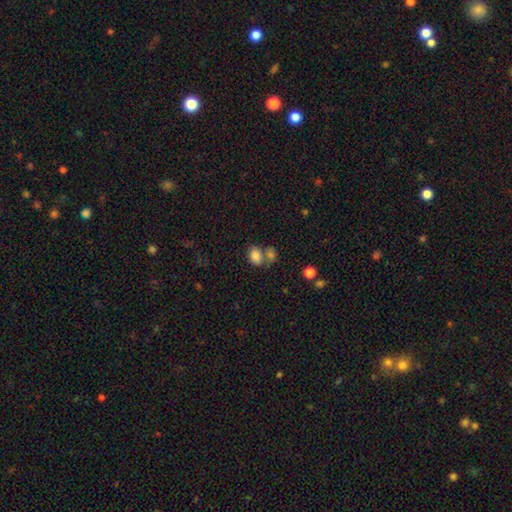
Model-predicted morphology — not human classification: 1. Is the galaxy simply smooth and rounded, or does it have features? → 83% smooth, 10% star or artifact, 7% featured or disk.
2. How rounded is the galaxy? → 76% in between, 23% round, 1% cigar-shaped.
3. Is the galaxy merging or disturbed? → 41% none (tied), 41% merger (tied), 12% minor disturbance, 5% major disturbance.